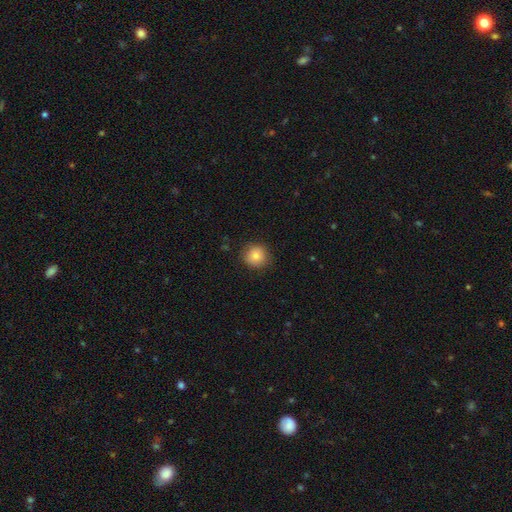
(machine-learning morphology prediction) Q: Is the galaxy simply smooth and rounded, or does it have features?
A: smooth — 82%.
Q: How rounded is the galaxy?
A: round — 92%.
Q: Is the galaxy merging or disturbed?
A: none — 87%.